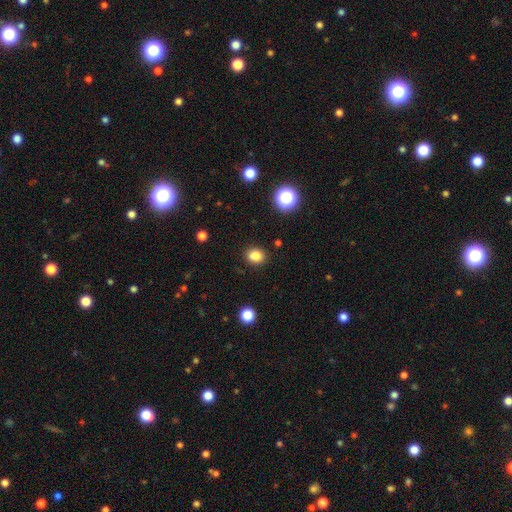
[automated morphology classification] Smooth or featured: smooth — 83% (star or artifact — 12%)
How rounded: round — 55% (in between — 44%)
Merging: none — 88% (minor disturbance — 8%)